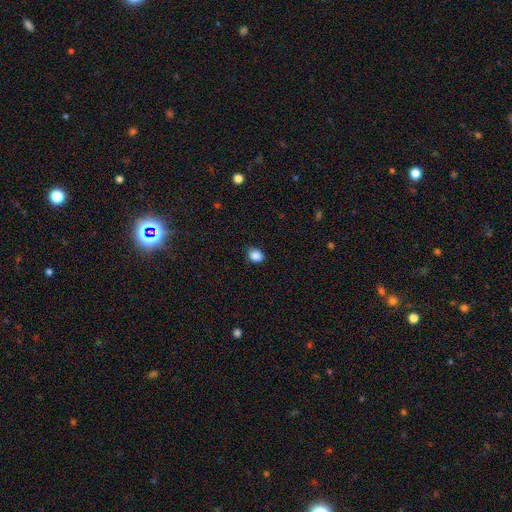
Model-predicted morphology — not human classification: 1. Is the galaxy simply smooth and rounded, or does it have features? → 87% smooth, 9% star or artifact, 4% featured or disk.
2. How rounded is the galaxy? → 50% round, 49% in between, 1% cigar-shaped.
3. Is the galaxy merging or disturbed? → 79% none, 17% minor disturbance, 3% major disturbance, 1% merger.